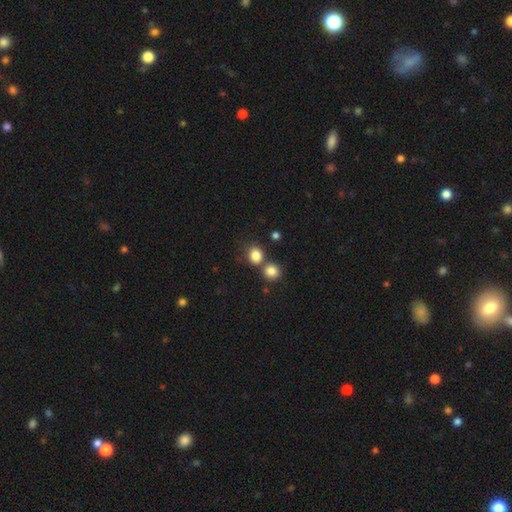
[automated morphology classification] Smooth or featured? smooth (84%)
How rounded? round (78%)
Merging? none (57%)